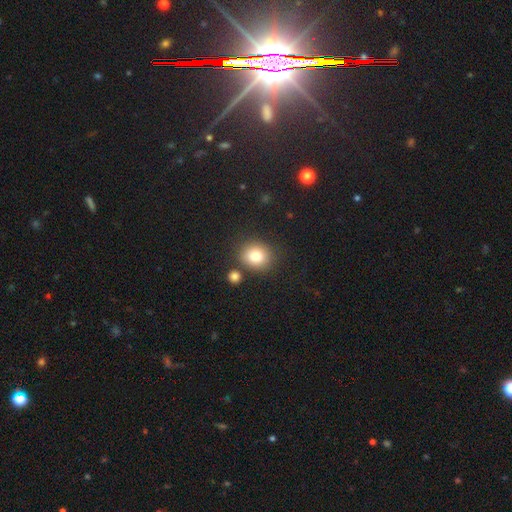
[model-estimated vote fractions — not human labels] A smooth galaxy with no disk features (80%) that is round (76%). Merging: none (78%).